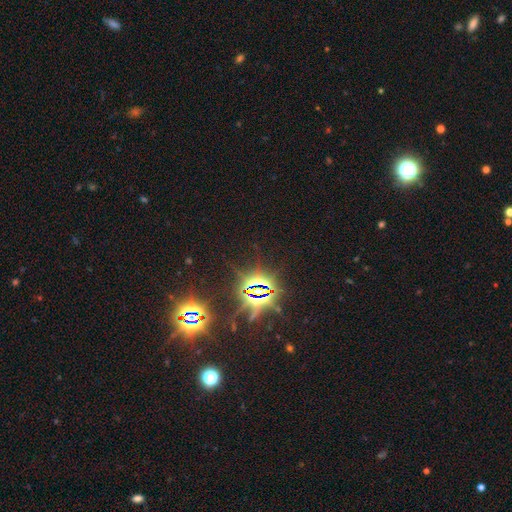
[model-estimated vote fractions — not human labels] This is clearly a star or artifact rather than a galaxy (84%).